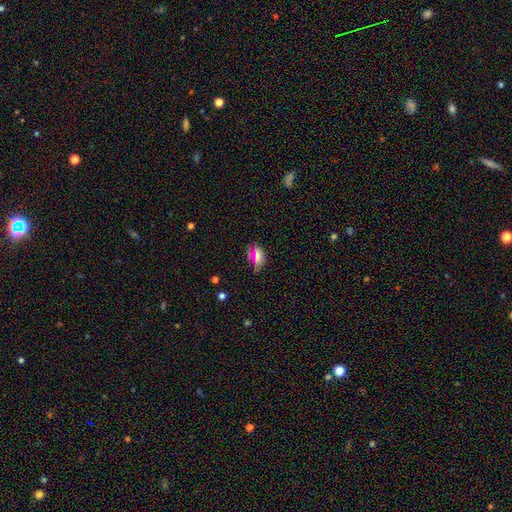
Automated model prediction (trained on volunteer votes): smooth_or_featured: smooth (p=0.65) [alt: star or artifact p=0.23]
how_rounded: in between (p=0.73) [alt: round p=0.19]
merging: none (p=0.72) [alt: minor disturbance p=0.18]